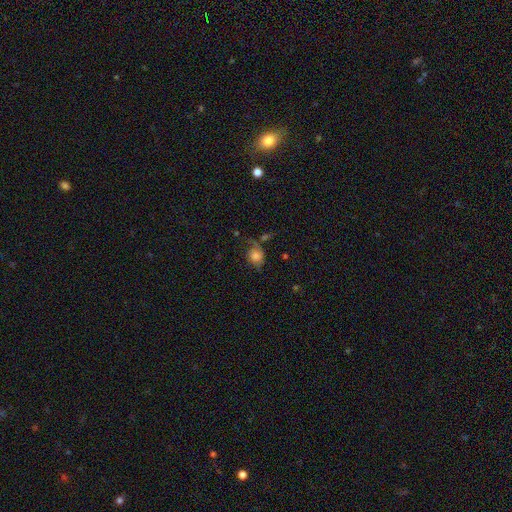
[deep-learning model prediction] Smooth or featured? smooth (53%)
How rounded? round (58%)
Merging? none (46%)